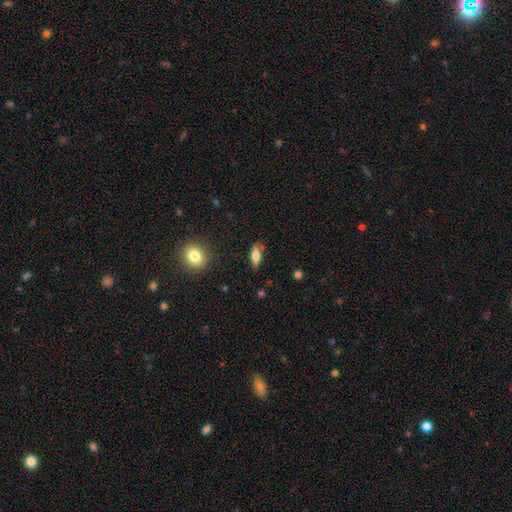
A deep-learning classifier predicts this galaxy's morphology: smooth 60%, featured or disk 32%, star or artifact 8%. Down the decision tree: how rounded — in between (58%); merging — none (80%).